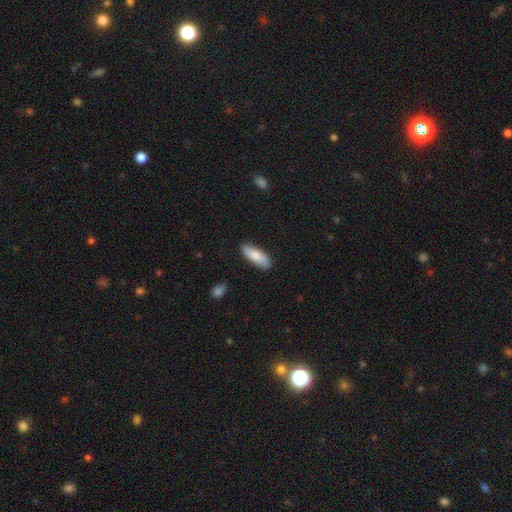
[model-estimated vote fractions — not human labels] Q: Smooth or featured?
A: smooth (85%); runner-up: featured or disk (10%)
Q: How rounded?
A: in between (64%); runner-up: cigar-shaped (34%)
Q: Merging?
A: none (85%); runner-up: minor disturbance (11%)